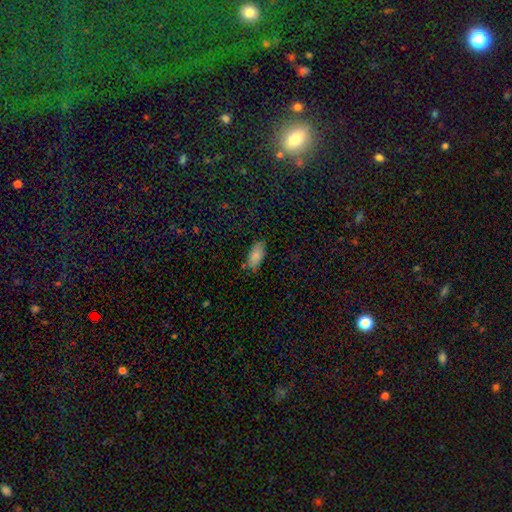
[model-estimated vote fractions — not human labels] Smooth or featured? Predicted: smooth (p=0.83). How rounded? Predicted: in between (p=0.91). Merging? Predicted: none (p=0.75).